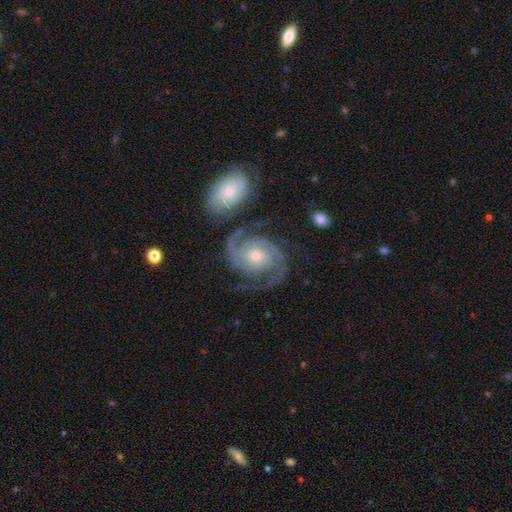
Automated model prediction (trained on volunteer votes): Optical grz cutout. It shows a featured or disk galaxy (92%) with no bar (70%), 2 (68%) tight (57%) spiral arms (99%) and a small central bulge (51%). Merging: none (72%).